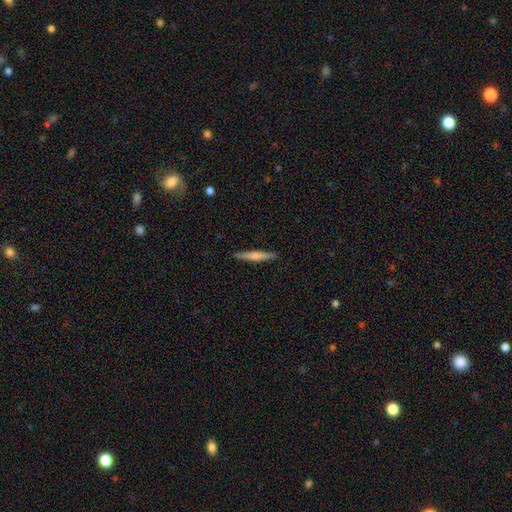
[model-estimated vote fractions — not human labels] This appears to be a smooth galaxy with no disk features (55%) that is cigar-shaped (95%). Merging: none (90%).